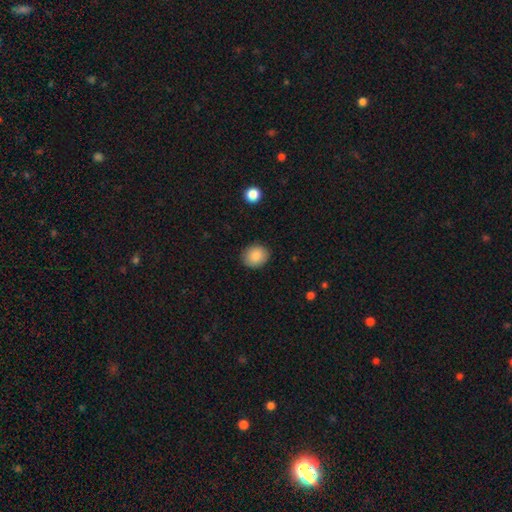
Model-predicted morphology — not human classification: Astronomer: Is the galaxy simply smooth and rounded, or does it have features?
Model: smooth — 87%.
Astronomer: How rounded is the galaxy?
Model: round — 71%.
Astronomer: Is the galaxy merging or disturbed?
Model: none — 88%.